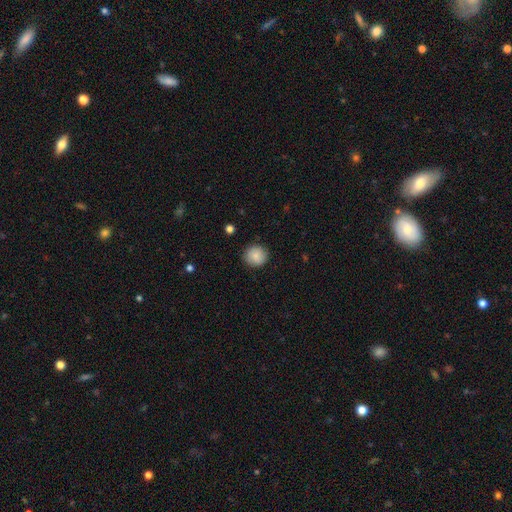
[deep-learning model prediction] A smooth galaxy with no disk features (86%) that is round (90%).

Vote fractions:
- Smooth or featured? smooth: 86% / star or artifact: 8% / featured or disk: 6%
- How rounded? round: 90% / in between: 9% / cigar-shaped: 1%
- Merging? none: 88% / minor disturbance: 8% / major disturbance: 2% / merger: 1%